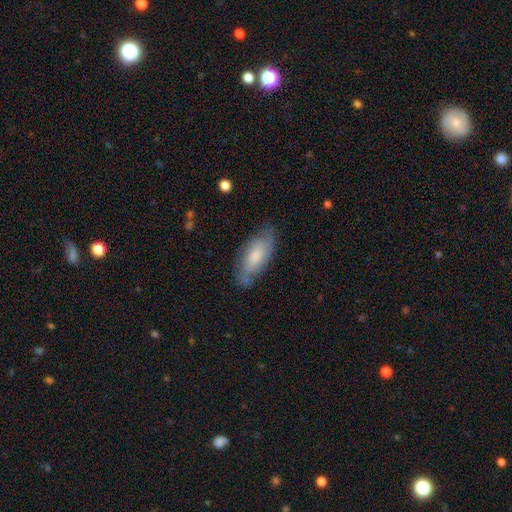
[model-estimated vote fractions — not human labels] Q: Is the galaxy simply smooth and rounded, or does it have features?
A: smooth — 54%.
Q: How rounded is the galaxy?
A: in between — 78%.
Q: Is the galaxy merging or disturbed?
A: none — 72%.